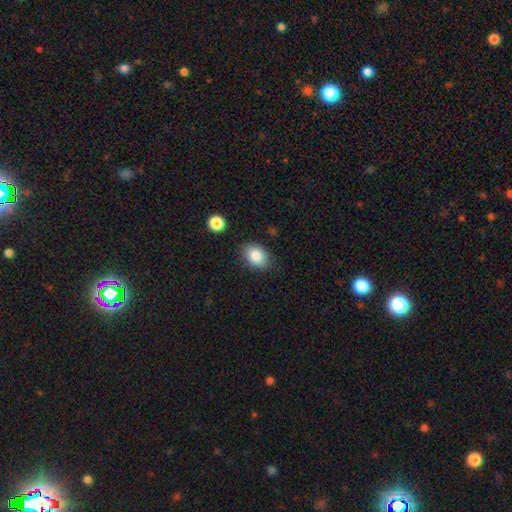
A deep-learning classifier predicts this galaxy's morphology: This appears to be a smooth galaxy with no disk features (85%) that is in between round and cigar-shaped (77%). Merging: none (81%).